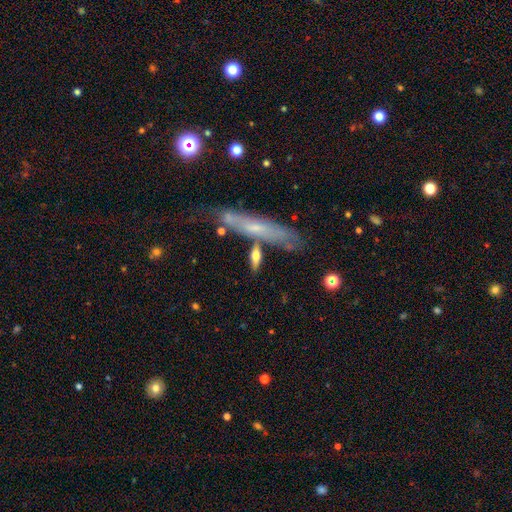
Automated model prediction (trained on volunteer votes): smooth-or-featured: smooth: 58% | featured or disk: 35% | star or artifact: 7%
  how-rounded: cigar-shaped: 57% | in between: 39% | round: 4%
  merging: none: 62% | merger: 16% | minor disturbance: 16% | major disturbance: 6%